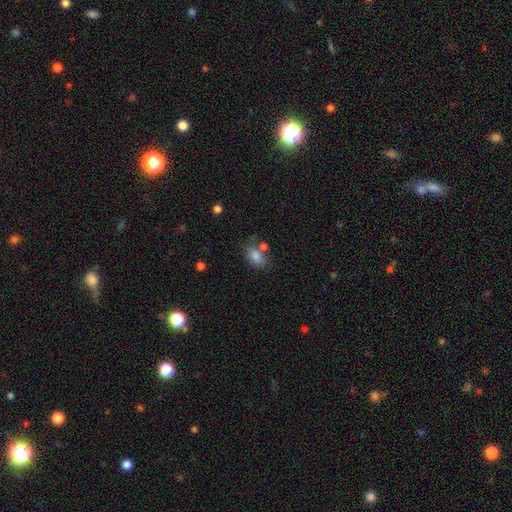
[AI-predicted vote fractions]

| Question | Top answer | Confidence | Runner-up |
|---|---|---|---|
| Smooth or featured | smooth | 81% | featured or disk (10%) |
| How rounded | in between | 87% | round (11%) |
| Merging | none | 57% | merger (19%) |